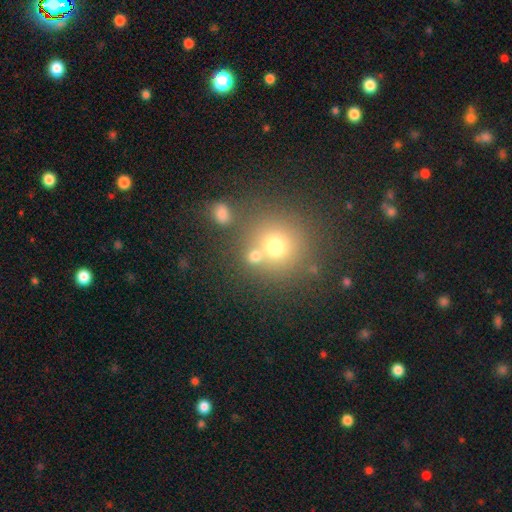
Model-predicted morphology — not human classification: type=smooth (71%); roundness=round (87%); merging=none (61%).